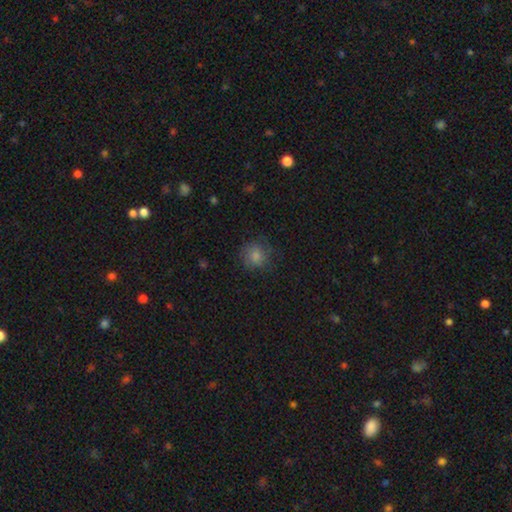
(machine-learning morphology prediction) Smooth or featured? Predicted: smooth (p=0.79). How rounded? Predicted: round (p=0.87). Merging? Predicted: none (p=0.73).